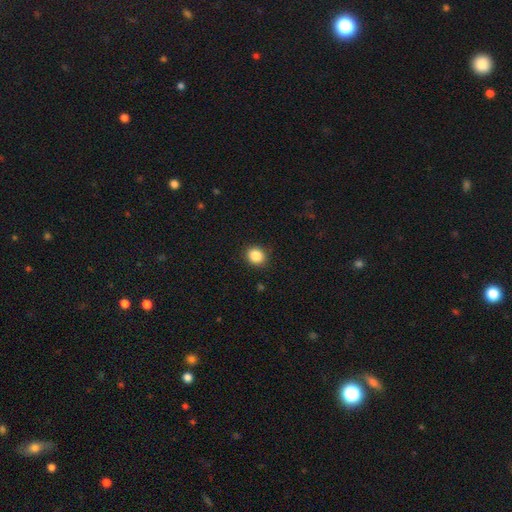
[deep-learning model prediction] smooth-or-featured: smooth: 87% | star or artifact: 9% | featured or disk: 3%
  how-rounded: round: 75% | in between: 24% | cigar-shaped: 1%
  merging: none: 90% | minor disturbance: 7% | major disturbance: 2% | merger: 1%